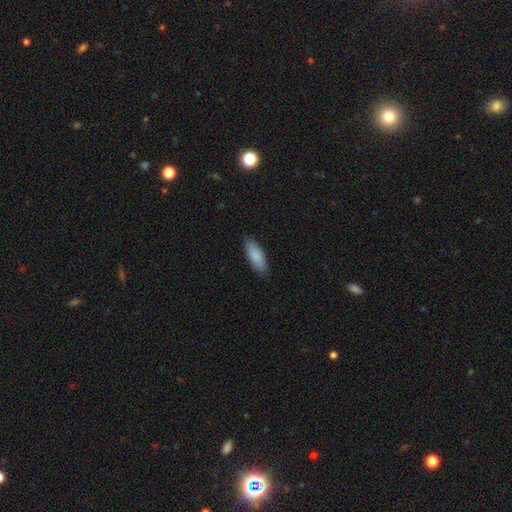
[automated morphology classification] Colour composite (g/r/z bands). It shows a smooth galaxy with no disk features (87%) that is in between round and cigar-shaped (71%). Merging: none (87%).